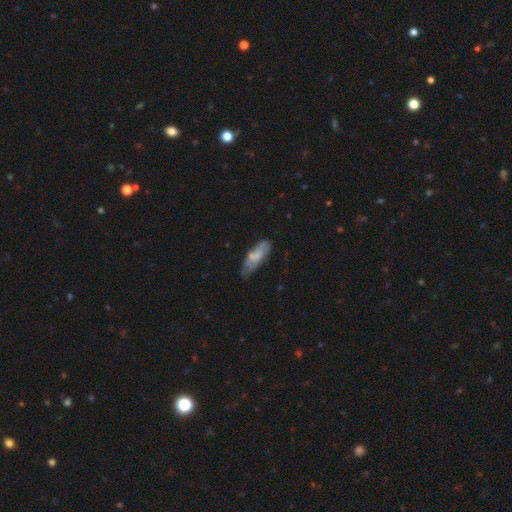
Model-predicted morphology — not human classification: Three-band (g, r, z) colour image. It shows a smooth galaxy with no disk features (62%) that is in between round and cigar-shaped (63%). Merging: none (56%).